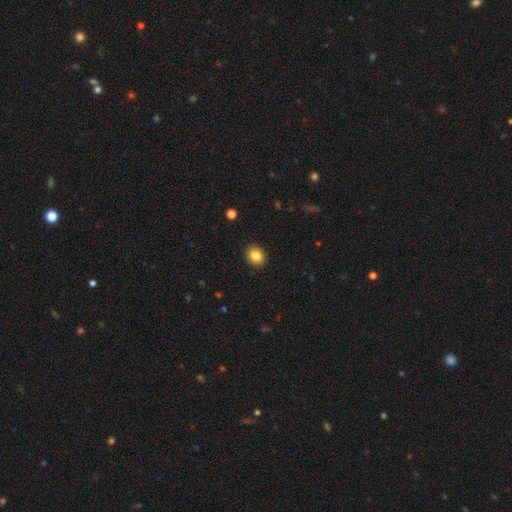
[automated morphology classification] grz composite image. It shows a smooth galaxy with no disk features (86%) that is round (55%). Merging: none (90%).